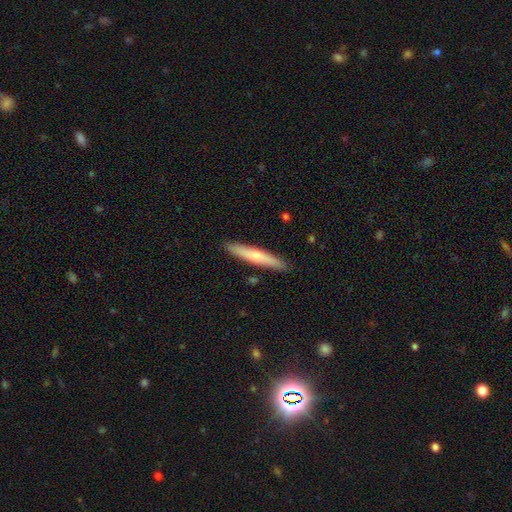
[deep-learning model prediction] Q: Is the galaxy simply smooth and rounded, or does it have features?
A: smooth — 61%.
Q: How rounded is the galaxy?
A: cigar-shaped — 93%.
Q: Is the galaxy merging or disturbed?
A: none — 90%.